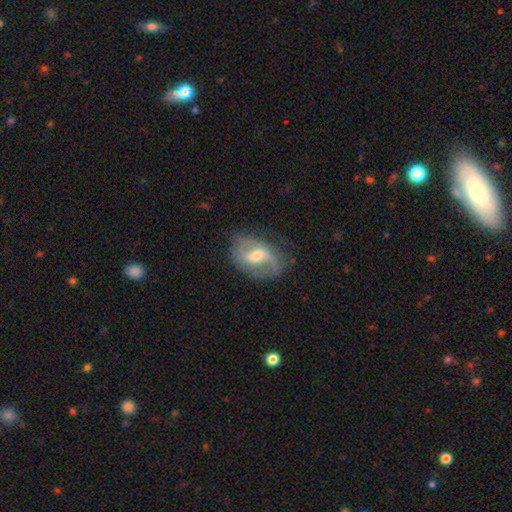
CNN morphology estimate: This appears to be a featured or disk galaxy (68%) with a weak bar (51%), 2 (68%) medium (43%) spiral arms (82%) and a moderate central bulge (63%). Merging: none (64%).